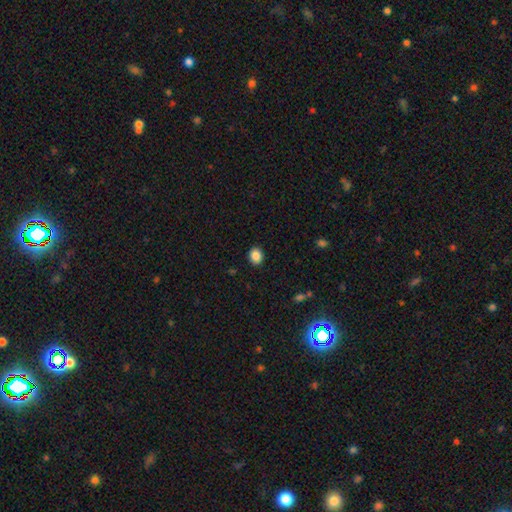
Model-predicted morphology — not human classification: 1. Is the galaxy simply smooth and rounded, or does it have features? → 87% smooth, 9% star or artifact, 3% featured or disk.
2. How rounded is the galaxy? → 60% round, 40% in between, 1% cigar-shaped.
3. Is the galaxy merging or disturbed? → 91% none, 6% minor disturbance, 2% major disturbance, 1% merger.